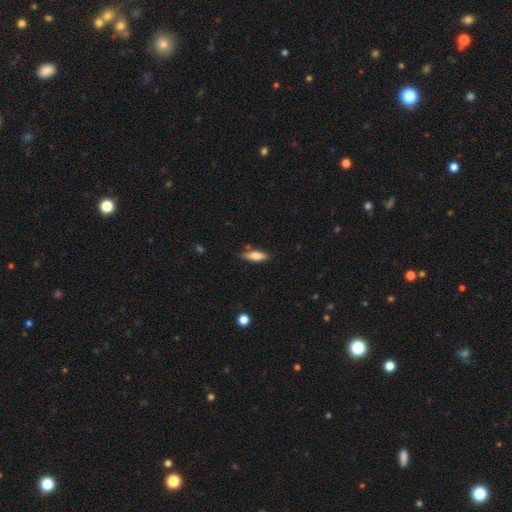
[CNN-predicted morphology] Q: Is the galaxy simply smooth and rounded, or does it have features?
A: smooth — 75%.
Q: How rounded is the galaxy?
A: in between — 60%.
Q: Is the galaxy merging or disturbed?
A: none — 76%.